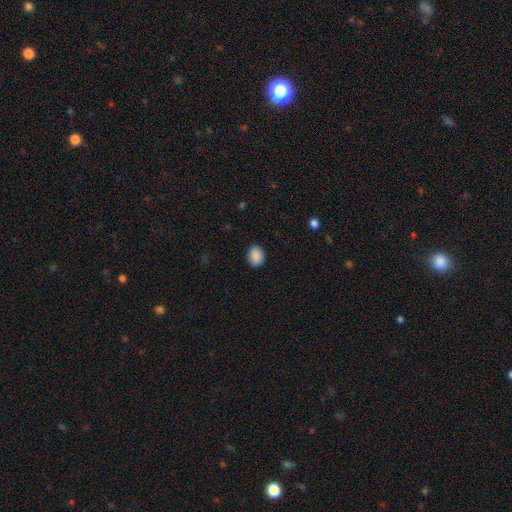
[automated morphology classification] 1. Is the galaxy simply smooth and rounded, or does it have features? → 90% smooth, 7% star or artifact, 3% featured or disk.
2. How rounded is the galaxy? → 59% in between, 41% round, 1% cigar-shaped.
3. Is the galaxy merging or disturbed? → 89% none, 8% minor disturbance, 2% major disturbance, 1% merger.